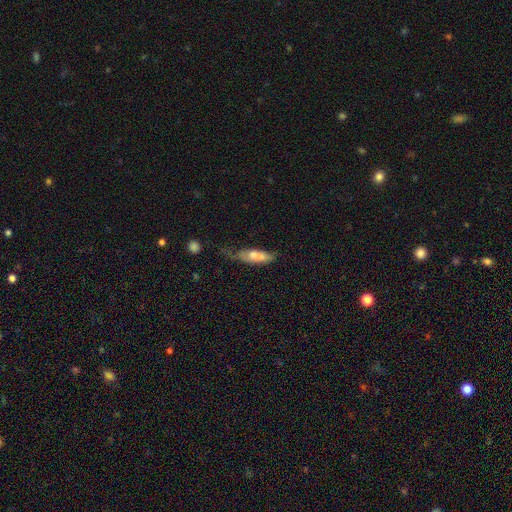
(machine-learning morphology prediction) This is likely a smooth galaxy (70%). How rounded: possibly in between (51%). Merging: marginally none (37%).